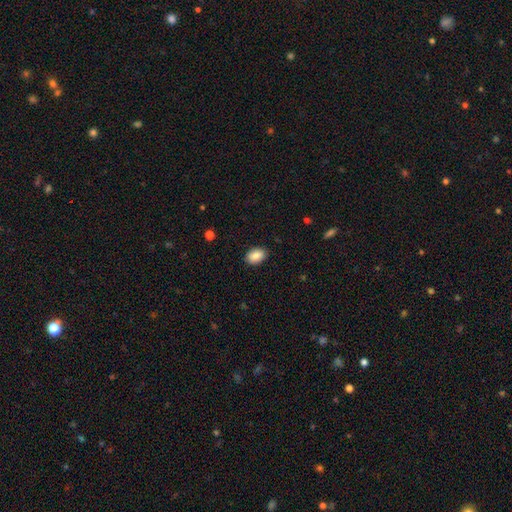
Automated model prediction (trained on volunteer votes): Smooth or featured?
  - smooth: 88% *
  - star or artifact: 7%
  - featured or disk: 4%
How rounded?
  - in between: 86% *
  - round: 13%
  - cigar-shaped: 1%
Merging?
  - none: 88% *
  - minor disturbance: 9%
  - major disturbance: 2%
  - merger: 1%